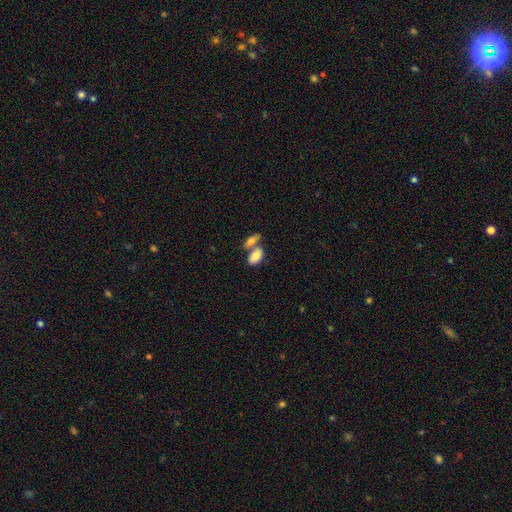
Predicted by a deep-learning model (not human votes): A smooth galaxy with no disk features (79%) that is in between round and cigar-shaped (92%).

Vote fractions:
- Smooth or featured? smooth: 79% / featured or disk: 14% / star or artifact: 7%
- How rounded? in between: 92% / round: 5% / cigar-shaped: 3%
- Merging? merger: 55% / none: 32% / minor disturbance: 9% / major disturbance: 4%